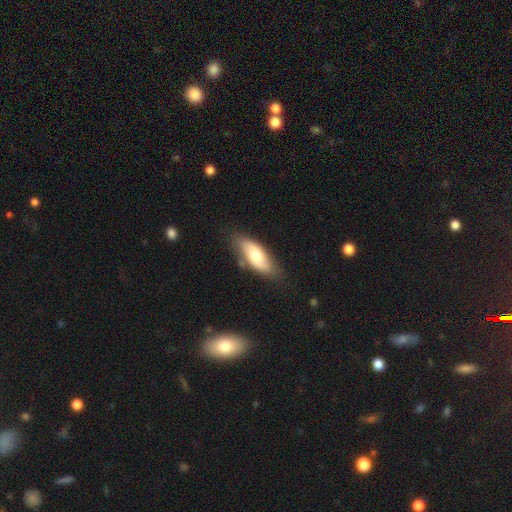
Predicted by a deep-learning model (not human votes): Q: Smooth or featured?
A: smooth (63%); runner-up: featured or disk (31%)
Q: How rounded?
A: in between (82%); runner-up: cigar-shaped (15%)
Q: Merging?
A: none (73%); runner-up: minor disturbance (19%)